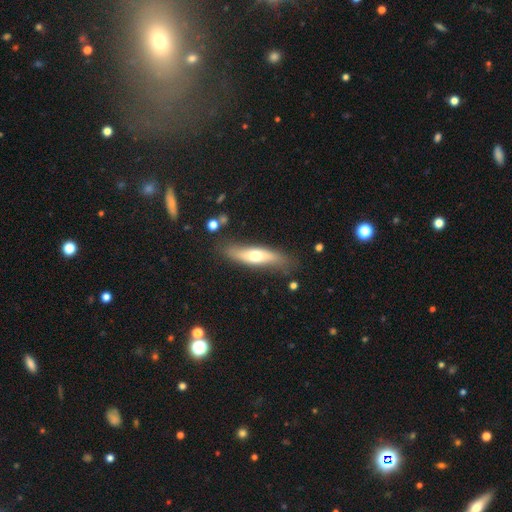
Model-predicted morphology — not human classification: Q: Smooth or featured?
A: smooth (54%); runner-up: featured or disk (40%)
Q: How rounded?
A: cigar-shaped (64%); runner-up: in between (34%)
Q: Merging?
A: none (78%); runner-up: minor disturbance (15%)